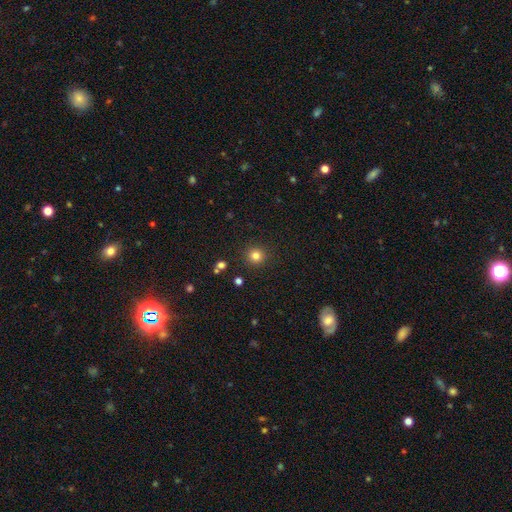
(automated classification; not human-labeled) smooth_or_featured: smooth (p=0.81) [alt: star or artifact p=0.13]
how_rounded: round (p=0.94) [alt: in between p=0.05]
merging: none (p=0.90) [alt: minor disturbance p=0.06]